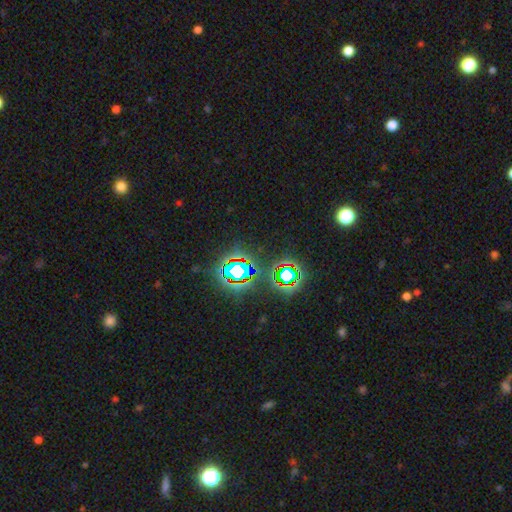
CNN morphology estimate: This appears to be a star or artifact, not a galaxy (74%).